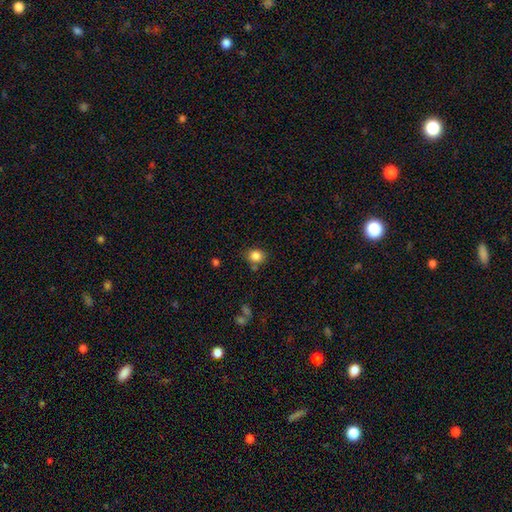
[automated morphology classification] Q: Smooth or featured?
A: smooth (84%); runner-up: star or artifact (11%)
Q: How rounded?
A: round (65%); runner-up: in between (34%)
Q: Merging?
A: none (75%); runner-up: minor disturbance (15%)